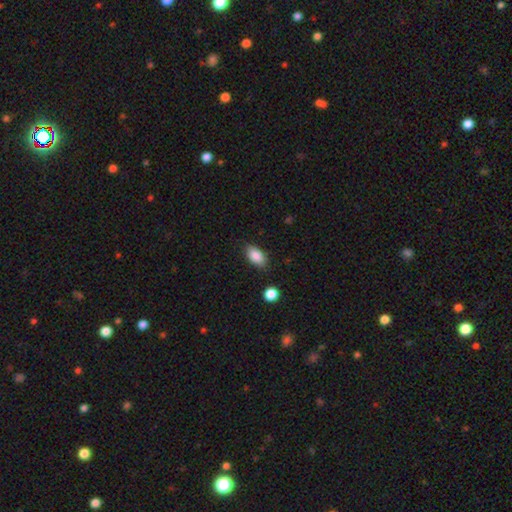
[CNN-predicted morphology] A smooth galaxy with no disk features (88%) that is in between round and cigar-shaped (91%).

Vote fractions:
- Smooth or featured? smooth: 88% / star or artifact: 7% / featured or disk: 5%
- How rounded? in between: 91% / round: 6% / cigar-shaped: 3%
- Merging? none: 84% / minor disturbance: 12% / major disturbance: 3% / merger: 2%